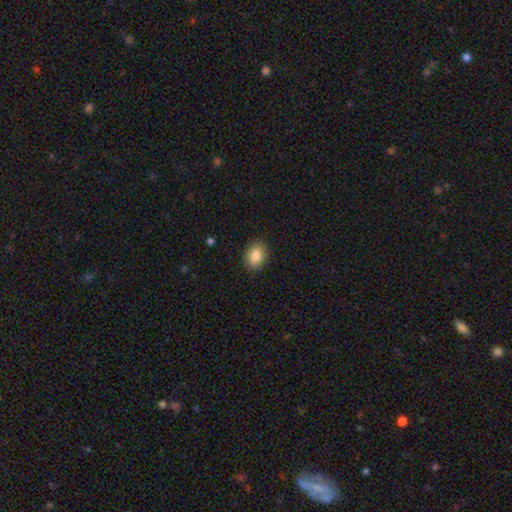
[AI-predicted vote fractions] Q: Smooth or featured?
A: smooth (85%); runner-up: star or artifact (8%)
Q: How rounded?
A: in between (72%); runner-up: round (27%)
Q: Merging?
A: none (88%); runner-up: minor disturbance (8%)